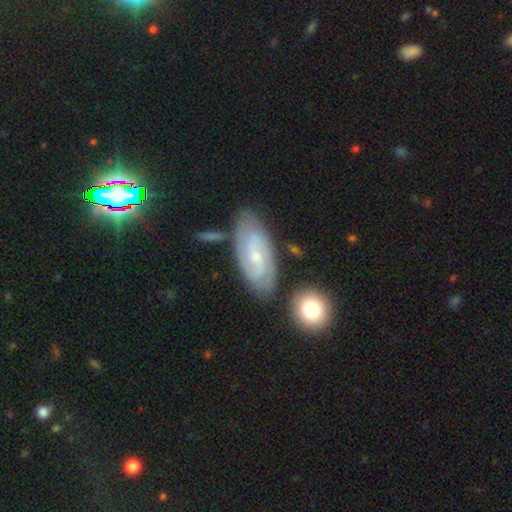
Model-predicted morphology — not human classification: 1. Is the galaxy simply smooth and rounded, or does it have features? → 77% featured or disk, 16% smooth, 6% star or artifact.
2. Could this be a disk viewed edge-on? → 94% no, 6% yes.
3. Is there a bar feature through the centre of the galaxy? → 48% weak, 41% no, 11% strong.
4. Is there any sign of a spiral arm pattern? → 95% yes, 5% no.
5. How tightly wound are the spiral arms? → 46% tight, 41% medium, 12% loose.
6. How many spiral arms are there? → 70% 2, 16% can't tell, 8% 3, 3% 4, 2% 1, 2% more than 4.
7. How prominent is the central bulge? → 67% small, 28% moderate, 3% none, 1% large, 1% dominant.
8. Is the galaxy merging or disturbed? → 74% none, 16% minor disturbance, 6% merger, 4% major disturbance.